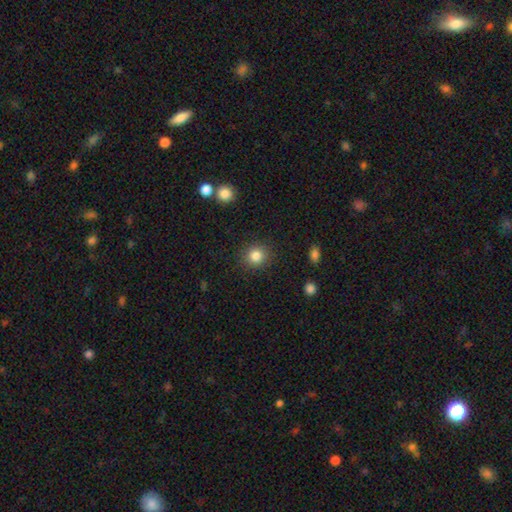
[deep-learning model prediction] Smooth or featured? smooth (84%)
How rounded? round (87%)
Merging? none (89%)